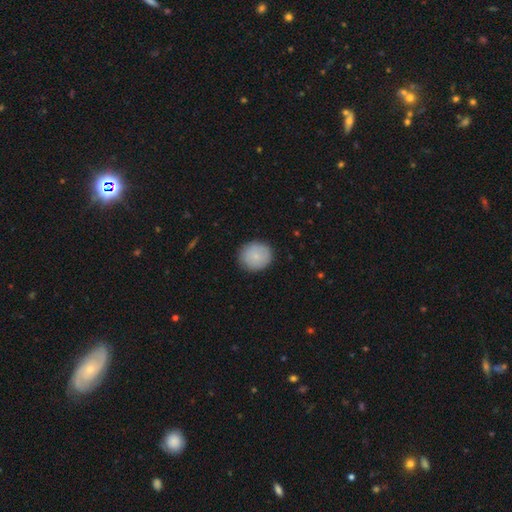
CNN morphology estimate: Q: Smooth or featured?
A: smooth (82%); runner-up: featured or disk (11%)
Q: How rounded?
A: round (86%); runner-up: in between (13%)
Q: Merging?
A: none (88%); runner-up: minor disturbance (9%)